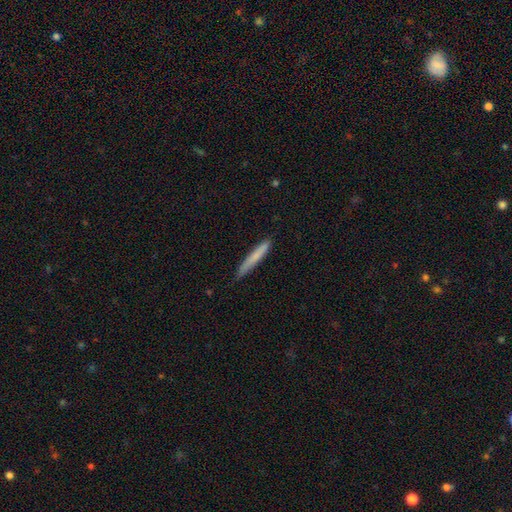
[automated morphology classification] A smooth galaxy with no disk features (74%) that is cigar-shaped (96%).

Vote fractions:
- Smooth or featured? smooth: 74% / featured or disk: 20% / star or artifact: 6%
- How rounded? cigar-shaped: 96% / in between: 3% / round: 1%
- Merging? none: 83% / minor disturbance: 14% / major disturbance: 2% / merger: 1%